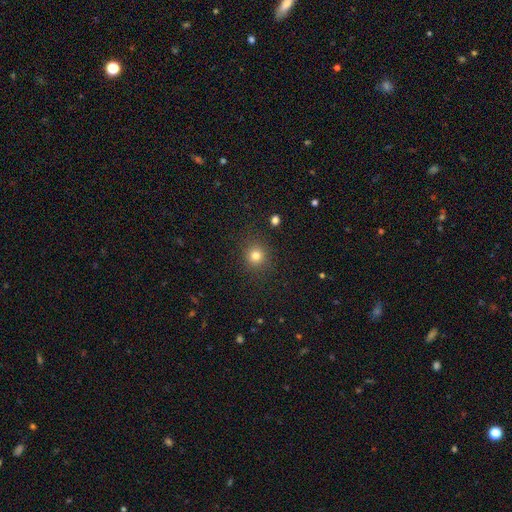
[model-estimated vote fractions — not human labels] This is likely a smooth galaxy (80%). How rounded: clearly round (90%). Merging: clearly none (88%).